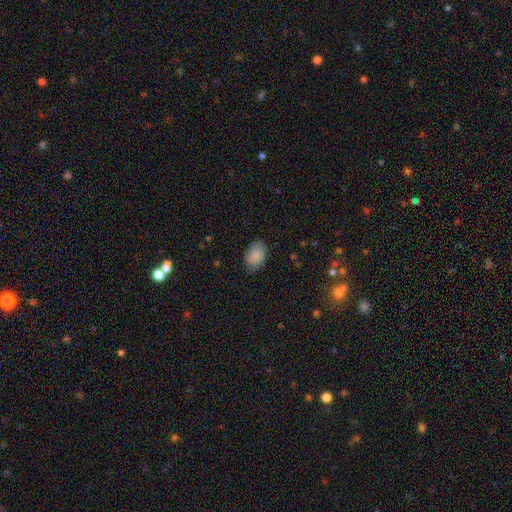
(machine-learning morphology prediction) Smooth or featured?
  - smooth: 88% *
  - star or artifact: 7%
  - featured or disk: 5%
How rounded?
  - in between: 83% *
  - round: 16%
  - cigar-shaped: 1%
Merging?
  - none: 80% *
  - minor disturbance: 15%
  - major disturbance: 3%
  - merger: 1%